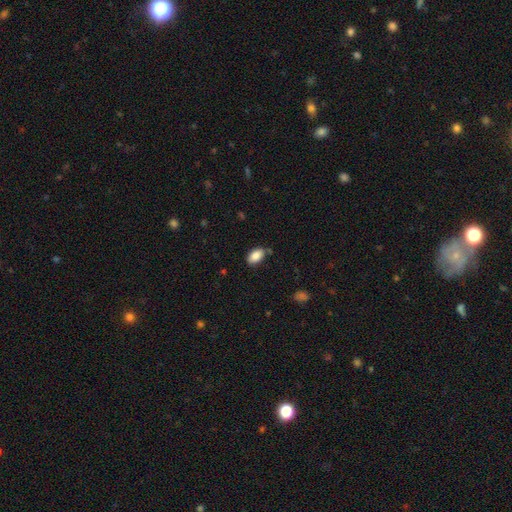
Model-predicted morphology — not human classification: A smooth galaxy with no disk features (87%) that is in between round and cigar-shaped (92%).

Vote fractions:
- Smooth or featured? smooth: 87% / star or artifact: 7% / featured or disk: 5%
- How rounded? in between: 92% / round: 6% / cigar-shaped: 2%
- Merging? none: 74% / minor disturbance: 18% / merger: 4% / major disturbance: 3%